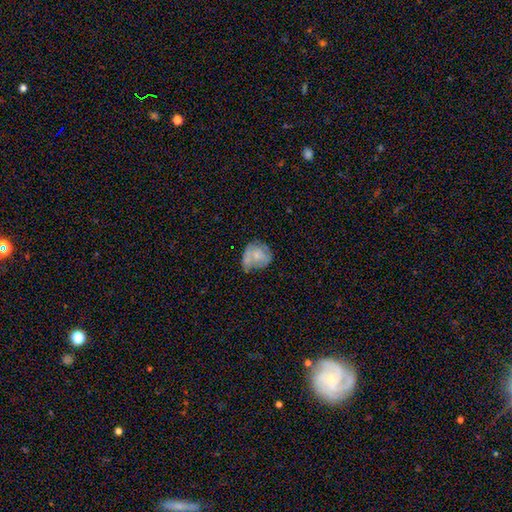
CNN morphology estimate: A smooth galaxy with no disk features (56%) that is round (67%). Merging: none (41%).